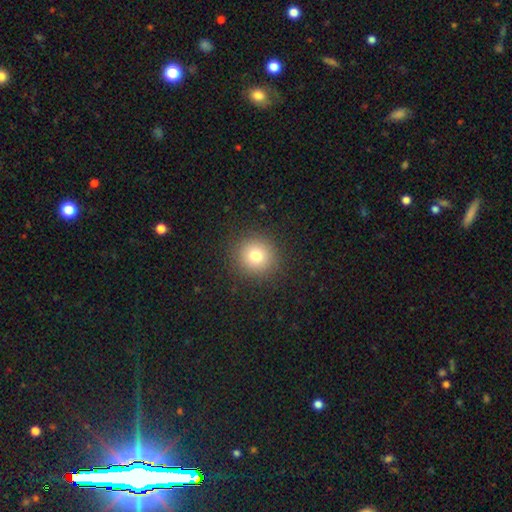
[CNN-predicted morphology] Smooth or featured: smooth — 77% (star or artifact — 14%)
How rounded: round — 93% (in between — 6%)
Merging: none — 90% (minor disturbance — 6%)